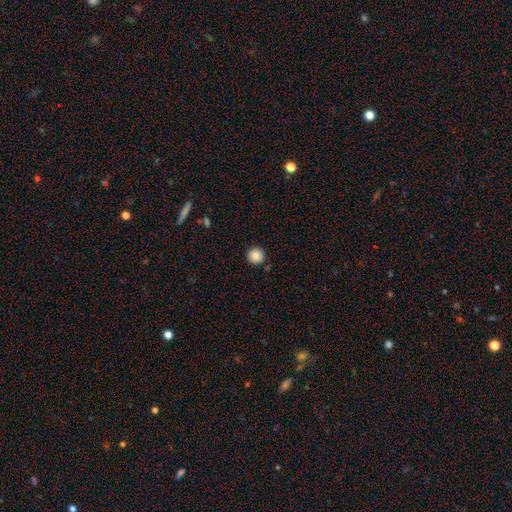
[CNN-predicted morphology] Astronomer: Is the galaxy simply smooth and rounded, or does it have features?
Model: smooth — 86%.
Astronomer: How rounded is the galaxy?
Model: round — 95%.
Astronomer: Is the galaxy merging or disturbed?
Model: none — 91%.